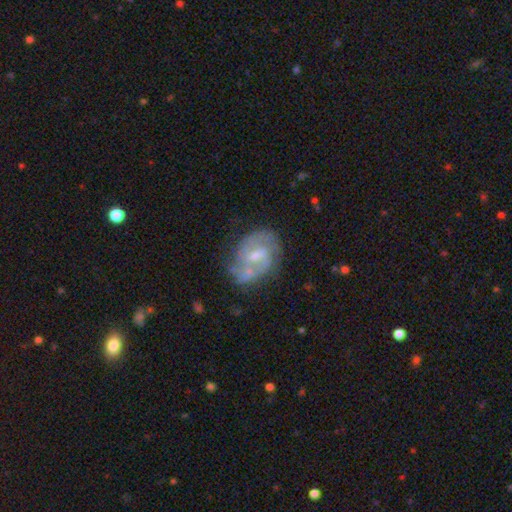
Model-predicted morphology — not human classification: Q: Smooth or featured?
A: featured or disk (79%); runner-up: smooth (15%)
Q: Edge-on disk?
A: no (97%); runner-up: yes (3%)
Q: Bar?
A: weak (57%); runner-up: no (27%)
Q: Spiral arms?
A: yes (89%); runner-up: no (11%)
Q: Spiral winding?
A: medium (51%); runner-up: tight (31%)
Q: Spiral arm count?
A: 2 (72%); runner-up: can't tell (15%)
Q: Bulge size?
A: small (55%); runner-up: moderate (38%)
Q: Merging?
A: none (59%); runner-up: minor disturbance (24%)